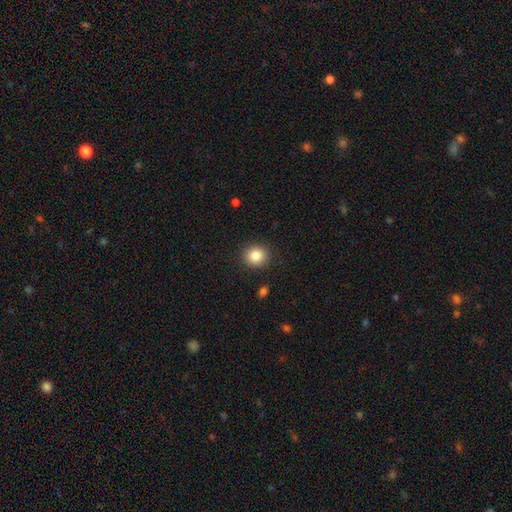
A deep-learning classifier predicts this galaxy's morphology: The model was most divided on "how rounded": round: 84%, in between: 15%, cigar-shaped: 1%. More confident: merging — none (90%); smooth or featured — smooth (84%).